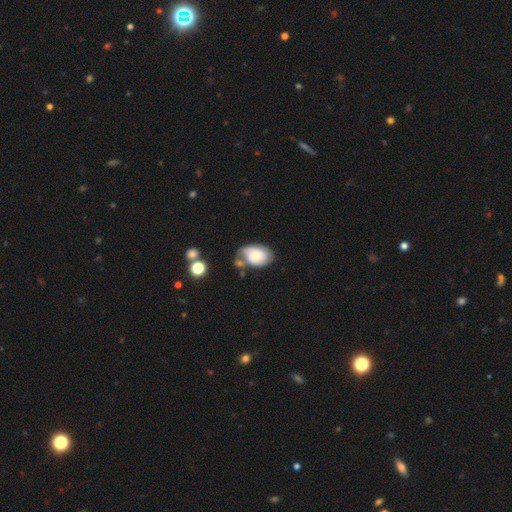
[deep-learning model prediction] This is possibly a smooth galaxy (55%). How rounded: clearly in between (81%). Merging: marginally none (36%).